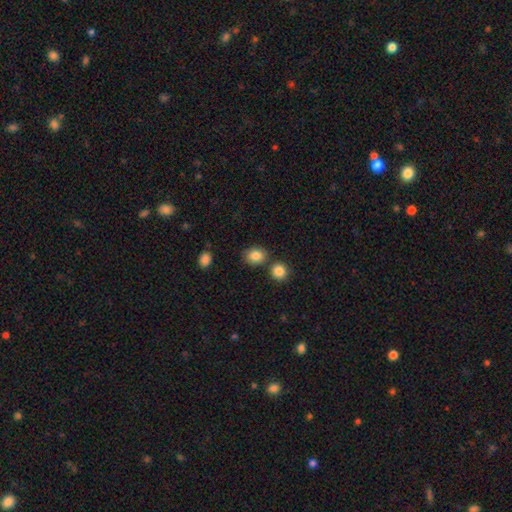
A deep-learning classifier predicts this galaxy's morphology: A smooth galaxy with no disk features (85%) that is round (60%). Merging: none (72%).